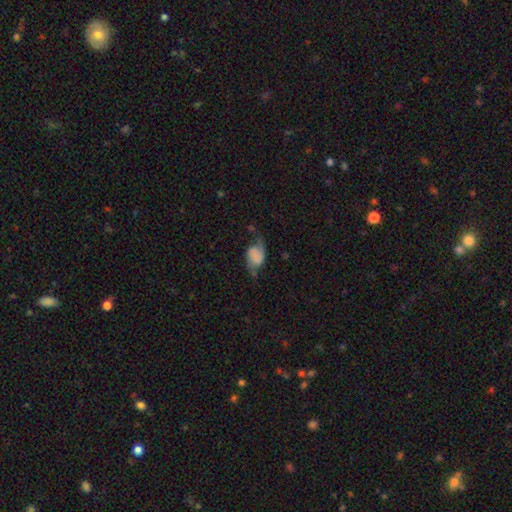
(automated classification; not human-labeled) The model was most divided on "smooth or featured": featured or disk: 50%, smooth: 40%, star or artifact: 10%. Remaining: edge-on disk — no (96%); merging — none (46%).